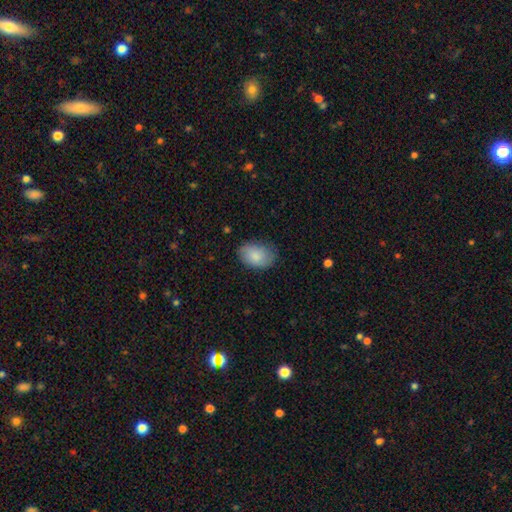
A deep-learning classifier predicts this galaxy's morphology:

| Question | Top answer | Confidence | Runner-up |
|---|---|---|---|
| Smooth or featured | smooth | 85% | featured or disk (9%) |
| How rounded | in between | 86% | round (13%) |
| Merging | none | 75% | minor disturbance (20%) |